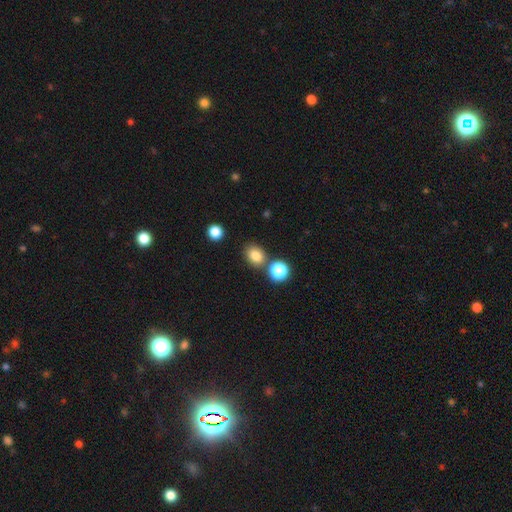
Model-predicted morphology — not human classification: A smooth galaxy with no disk features (81%) that is in between round and cigar-shaped (52%). Merging: none (74%).